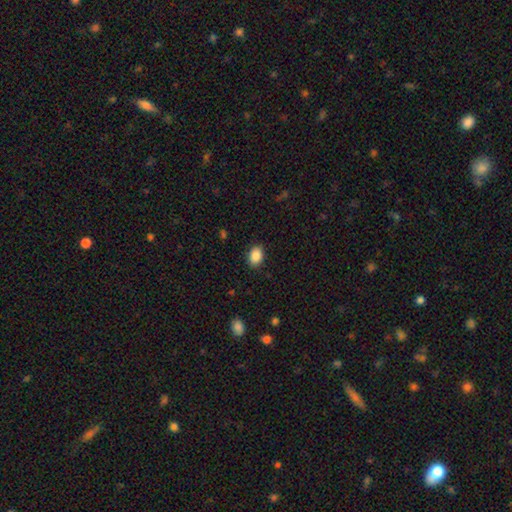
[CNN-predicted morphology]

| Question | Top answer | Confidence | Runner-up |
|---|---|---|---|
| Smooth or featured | smooth | 89% | star or artifact (8%) |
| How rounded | in between | 77% | round (21%) |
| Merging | none | 88% | minor disturbance (8%) |